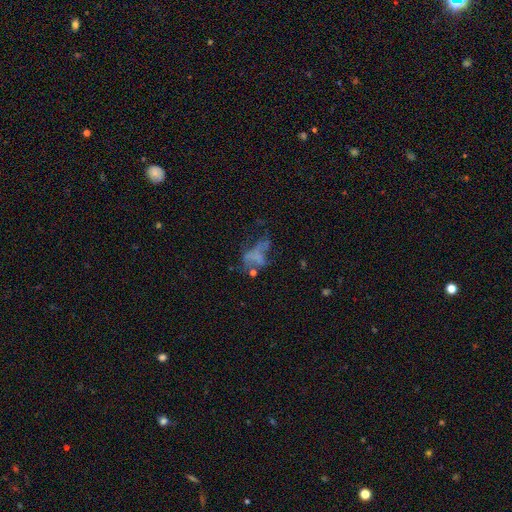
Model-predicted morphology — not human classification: The model was most divided on "merging": major disturbance: 40%, none: 31%, minor disturbance: 17%, merger: 13%. Remaining: smooth or featured — featured or disk (45%).